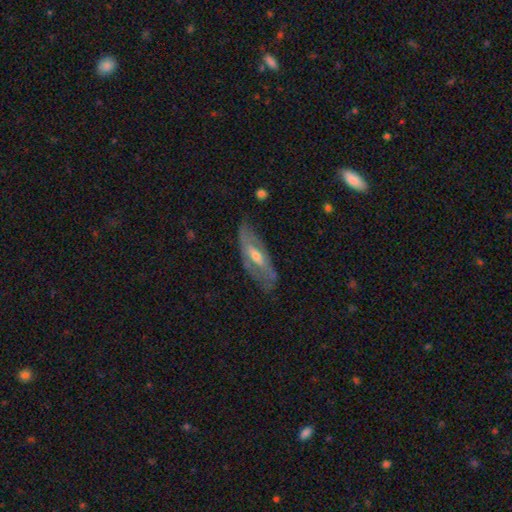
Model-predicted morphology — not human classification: Smooth or featured? featured or disk (72%)
Edge-on disk? no (74%)
Bar? weak (44%)
Spiral arms? yes (72%)
Bulge size? moderate (60%)
Merging? none (73%)